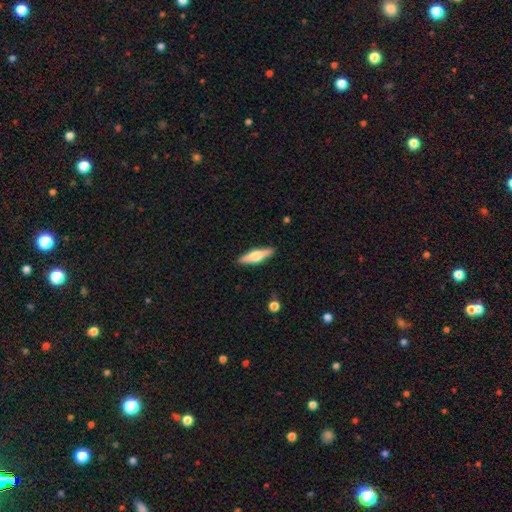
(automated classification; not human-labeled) A featured or disk galaxy (51%) viewed edge-on (95%).

Vote fractions:
- Smooth or featured? featured or disk: 51% / smooth: 44% / star or artifact: 5%
- Edge-on disk? yes: 95% / no: 5%
- Merging? none: 90% / minor disturbance: 8% / major disturbance: 2% / merger: 1%